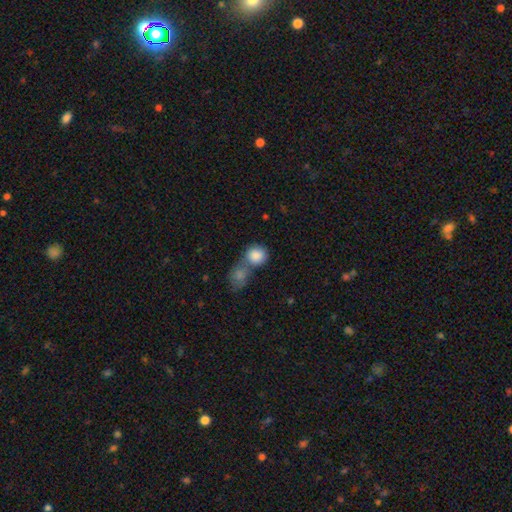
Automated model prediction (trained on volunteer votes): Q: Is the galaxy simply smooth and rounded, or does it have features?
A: smooth — 86%.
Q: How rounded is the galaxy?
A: round — 76%.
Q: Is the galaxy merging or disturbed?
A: merger — 56%.